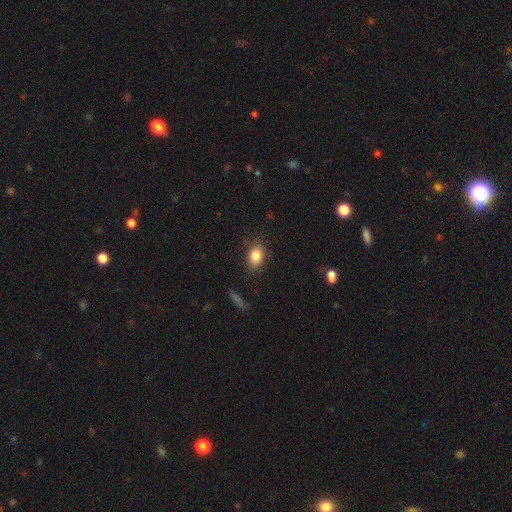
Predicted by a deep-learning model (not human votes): This appears to be a smooth galaxy with no disk features (84%) that is in between round and cigar-shaped (76%). Merging: none (83%).